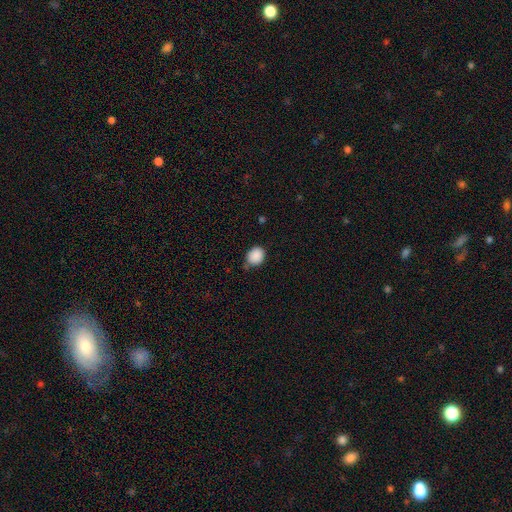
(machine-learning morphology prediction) smooth 89%, star or artifact 8%, featured or disk 3%. Down the decision tree: how rounded — round (66%); merging — none (72%).